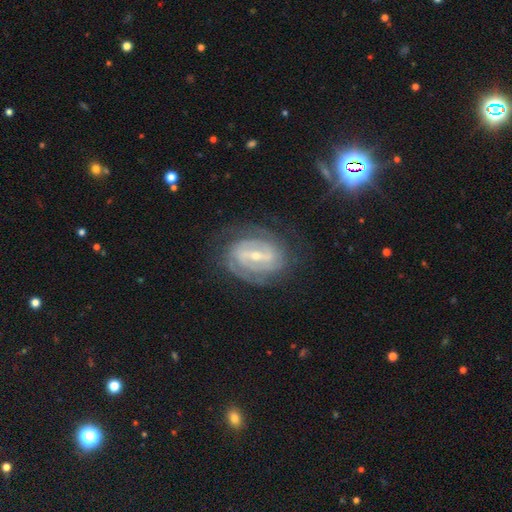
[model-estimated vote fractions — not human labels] A featured or disk galaxy (88%) with a strong bar (54%), 2 (47%) tight (66%) spiral arms (94%) and a small central bulge (65%).

Vote fractions:
- Smooth or featured? featured or disk: 88% / smooth: 7% / star or artifact: 6%
- Edge-on disk? no: 96% / yes: 4%
- Bar? strong: 54% / weak: 35% / no: 12%
- Spiral arms? yes: 94% / no: 6%
- Spiral winding? tight: 66% / medium: 28% / loose: 7%
- Spiral arm count? 2: 47% / can't tell: 24% / 3: 14% / 4: 7% / 1: 4% / more than 4: 4%
- Bulge size? small: 65% / moderate: 31% / large: 1% / none: 1% / dominant: 1%
- Merging? none: 75% / minor disturbance: 15% / major disturbance: 8% / merger: 2%